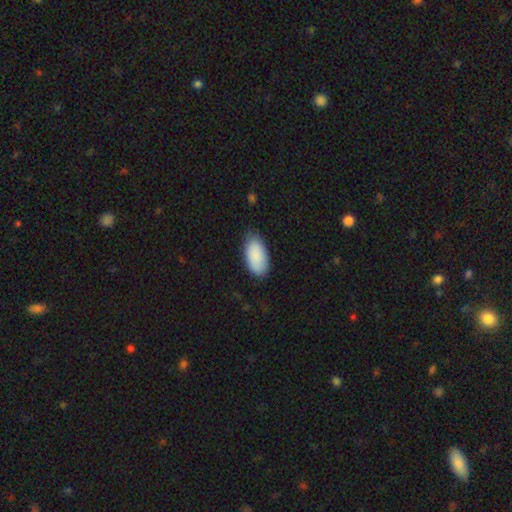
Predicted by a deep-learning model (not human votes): A smooth galaxy with no disk features (89%) that is in between round and cigar-shaped (95%).

Vote fractions:
- Smooth or featured? smooth: 89% / star or artifact: 6% / featured or disk: 5%
- How rounded? in between: 95% / cigar-shaped: 3% / round: 2%
- Merging? none: 75% / minor disturbance: 21% / major disturbance: 3% / merger: 1%